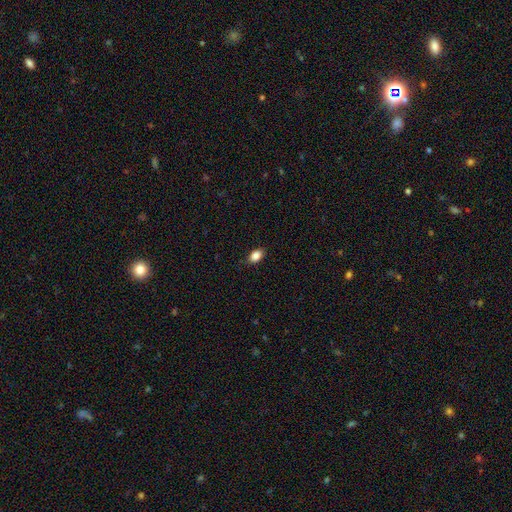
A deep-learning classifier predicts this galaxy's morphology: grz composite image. It shows a smooth galaxy with no disk features (87%) that is in between round and cigar-shaped (85%). Merging: none (86%).